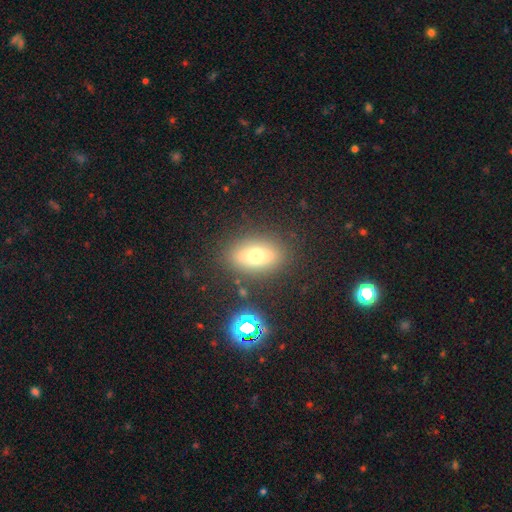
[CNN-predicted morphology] Smooth or featured: smooth — 67% (featured or disk — 19%)
How rounded: in between — 81% (round — 11%)
Merging: none — 83% (minor disturbance — 10%)